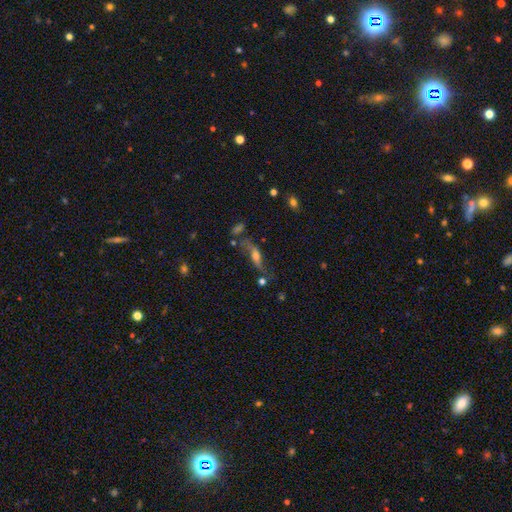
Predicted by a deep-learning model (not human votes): The model was most divided on "edge-on disk": no: 54%, yes: 46%. Remaining: smooth or featured — featured or disk (53%); merging — none (44%).